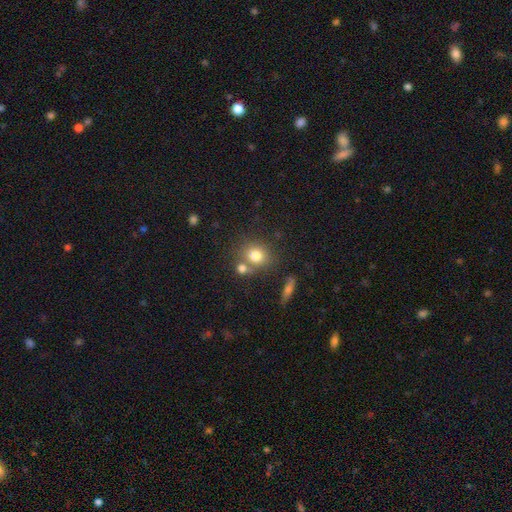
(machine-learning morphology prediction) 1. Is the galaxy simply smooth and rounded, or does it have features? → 77% smooth, 11% star or artifact, 11% featured or disk.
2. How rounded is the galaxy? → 72% round, 27% in between, 1% cigar-shaped.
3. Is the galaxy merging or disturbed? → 57% none, 27% merger, 11% minor disturbance, 4% major disturbance.